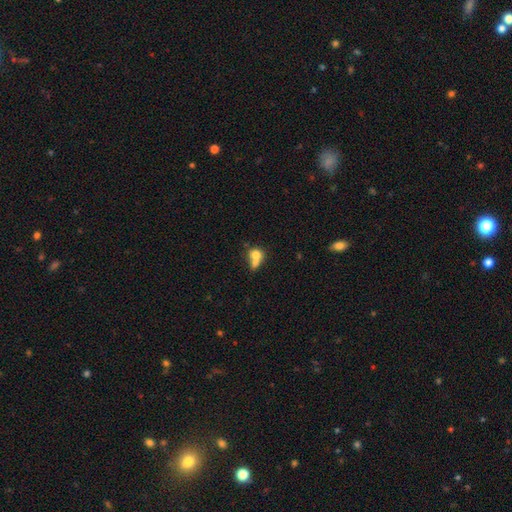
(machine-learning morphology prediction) The model was most divided on "how rounded": round: 62%, in between: 36%, cigar-shaped: 2%. More confident: smooth or featured — smooth (71%); merging — merger (64%).